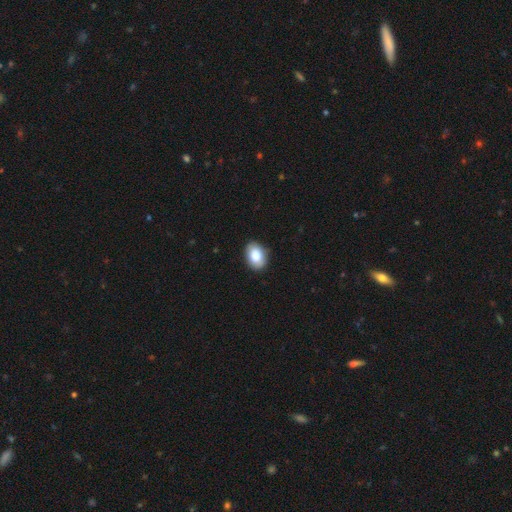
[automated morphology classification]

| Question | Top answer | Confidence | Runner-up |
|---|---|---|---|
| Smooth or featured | smooth | 86% | featured or disk (7%) |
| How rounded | in between | 82% | round (16%) |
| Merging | none | 87% | minor disturbance (10%) |